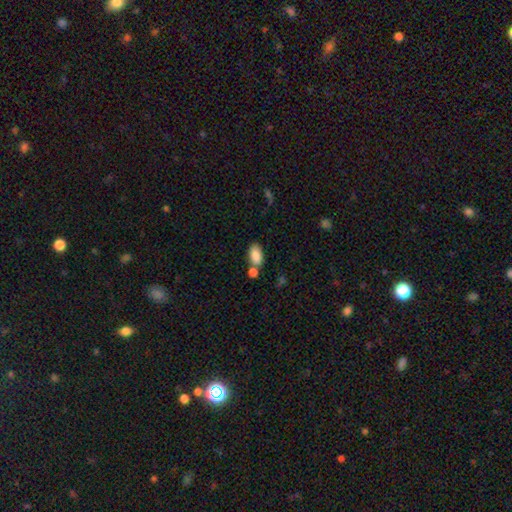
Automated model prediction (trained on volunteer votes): smooth 86%, star or artifact 7%, featured or disk 7%. Down the decision tree: how rounded — in between (92%); merging — none (63%).